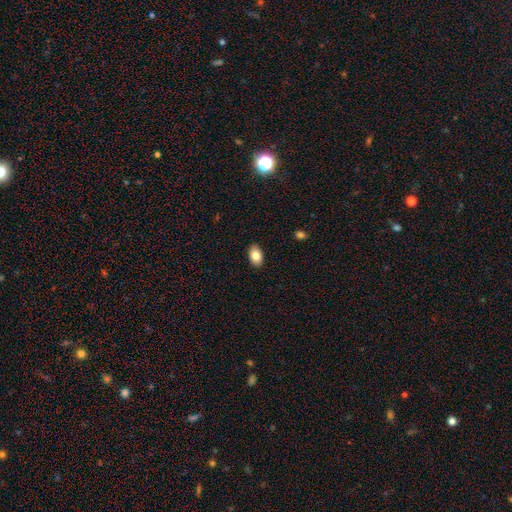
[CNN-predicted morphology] type=smooth (85%); roundness=in between (91%); merging=none (89%).